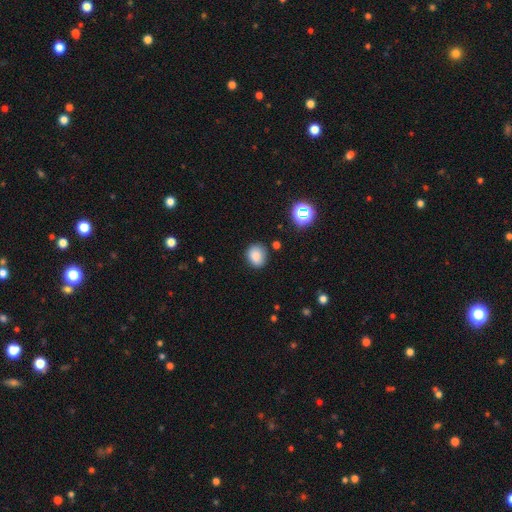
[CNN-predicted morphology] A smooth galaxy with no disk features (84%) that is round (66%). Merging: none (79%).